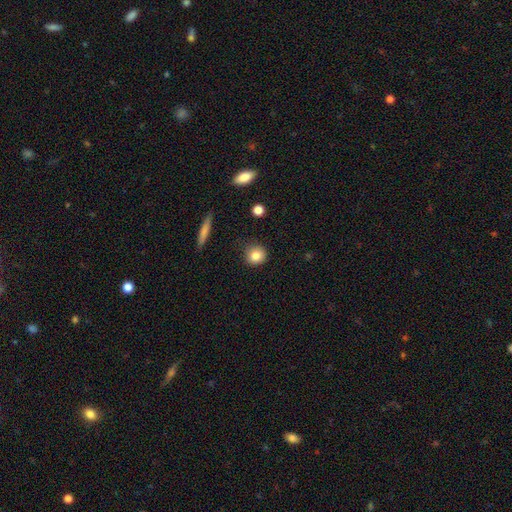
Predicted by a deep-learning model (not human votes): Smooth or featured? smooth (83%)
How rounded? round (90%)
Merging? none (87%)